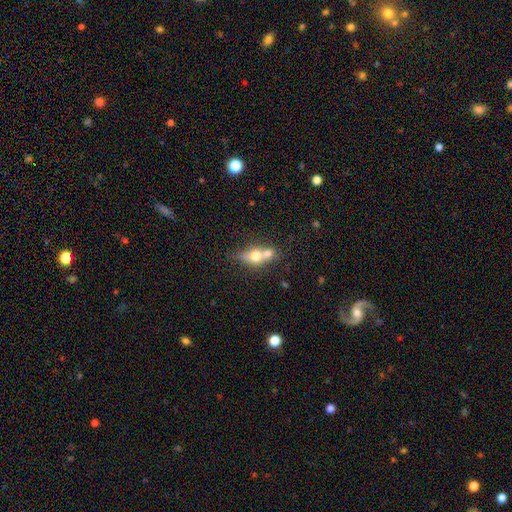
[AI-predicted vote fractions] Overall: smooth (60%; featured or disk 31%). How rounded: in between (53%; round 35%). Merging: merger (60%; none 26%).